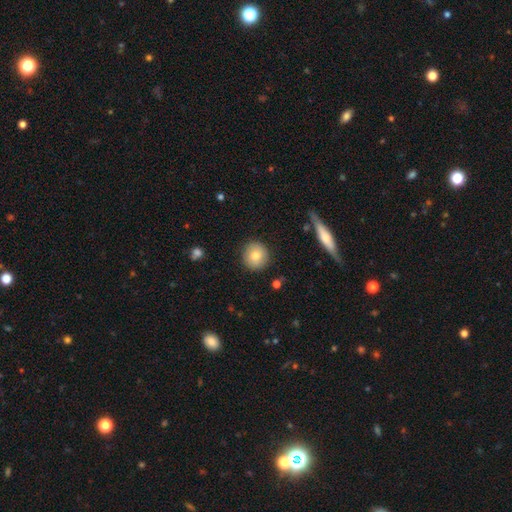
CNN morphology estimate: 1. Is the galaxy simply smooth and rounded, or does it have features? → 80% smooth, 12% featured or disk, 8% star or artifact.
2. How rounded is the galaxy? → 93% round, 6% in between, 1% cigar-shaped.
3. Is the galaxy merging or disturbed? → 90% none, 7% minor disturbance, 2% major disturbance, 1% merger.